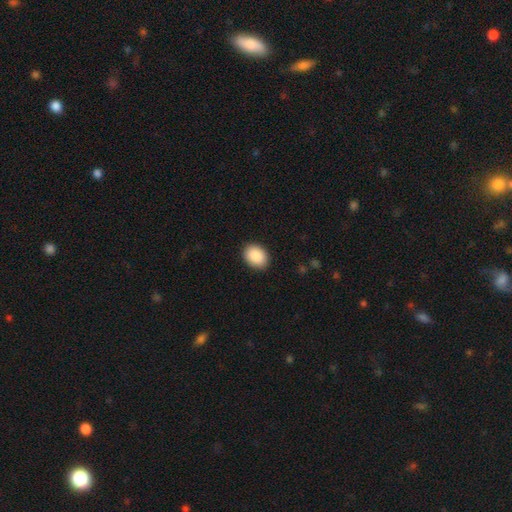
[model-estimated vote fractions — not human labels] This appears to be a smooth galaxy with no disk features (90%) that is in between round and cigar-shaped (68%). Merging: none (89%).